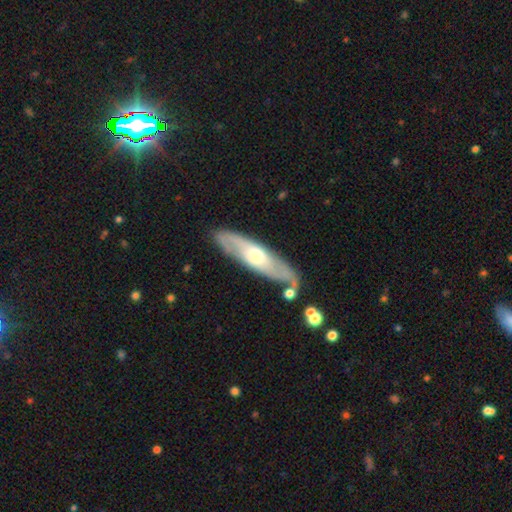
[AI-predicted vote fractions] This appears to be a featured or disk galaxy (62%). Merging: none (78%).